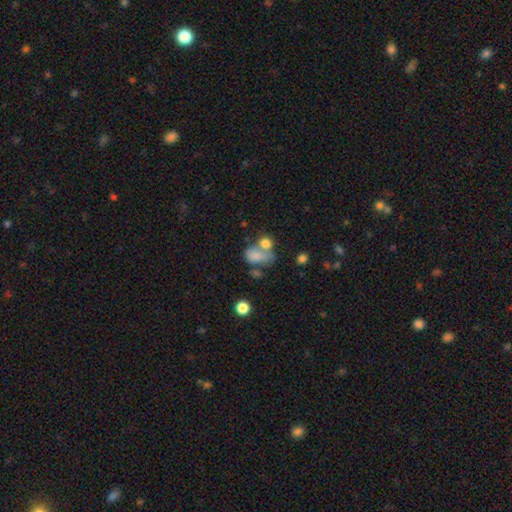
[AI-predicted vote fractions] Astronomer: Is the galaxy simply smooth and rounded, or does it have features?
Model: smooth — 73%.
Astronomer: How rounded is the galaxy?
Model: in between — 75%.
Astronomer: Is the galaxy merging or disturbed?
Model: merger — 50%.